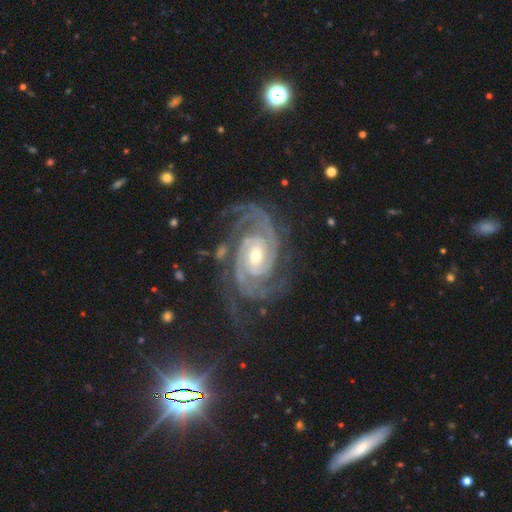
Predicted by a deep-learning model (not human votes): Smooth or featured: featured or disk — 92% (star or artifact — 5%)
Edge-on disk: no — 98% (yes — 2%)
Bar: no — 48% (weak — 34%)
Spiral arms: yes — 99% (no — 1%)
Spiral winding: tight — 70% (medium — 26%)
Spiral arm count: 2 — 48% (3 — 22%)
Bulge size: moderate — 51% (small — 44%)
Merging: none — 72% (minor disturbance — 17%)